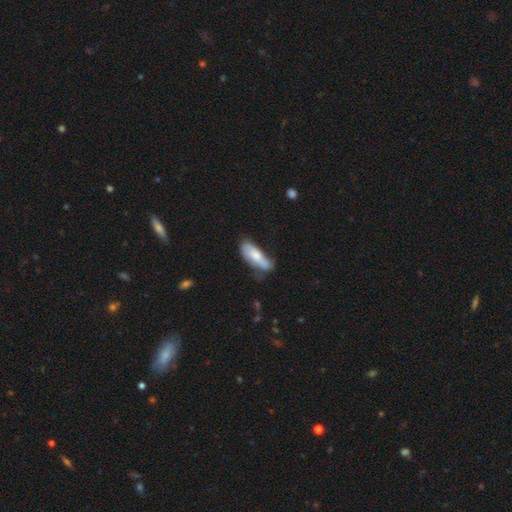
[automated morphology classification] Overall: smooth (64%; featured or disk 30%). How rounded: in between (70%). Merging: none (44%; minor disturbance 35%).